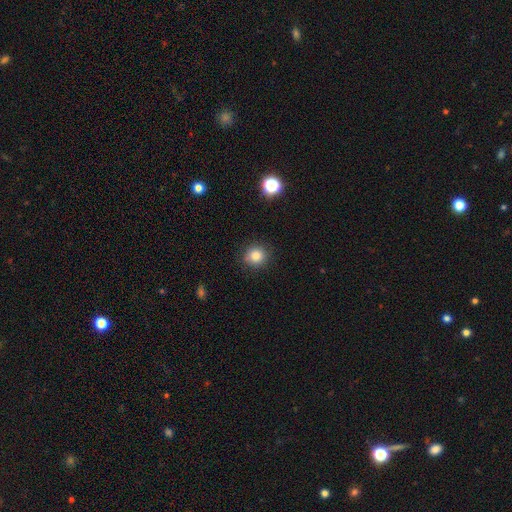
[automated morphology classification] smooth 83%, star or artifact 12%, featured or disk 5%. Down the decision tree: how rounded — round (89%); merging — none (87%).